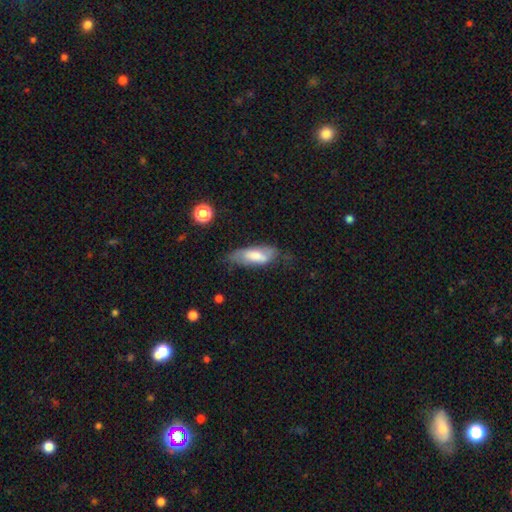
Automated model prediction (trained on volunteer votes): smooth_or_featured: smooth (p=0.61) [alt: featured or disk p=0.31]
how_rounded: in between (p=0.72) [alt: cigar-shaped p=0.26]
merging: none (p=0.48) [alt: minor disturbance p=0.33]